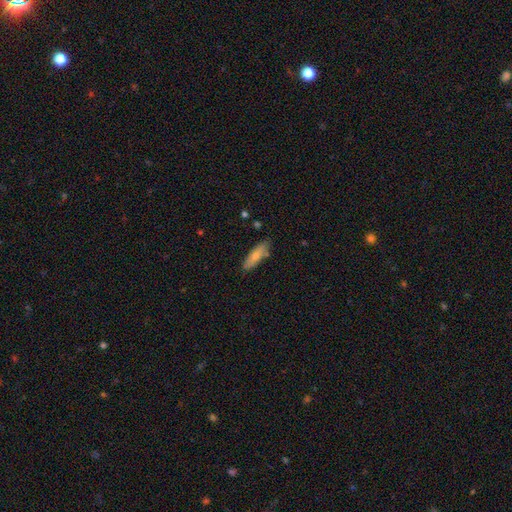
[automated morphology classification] smooth_or_featured: smooth (p=0.73) [alt: featured or disk p=0.21]
how_rounded: cigar-shaped (p=0.53) [alt: in between p=0.45]
merging: none (p=0.78) [alt: minor disturbance p=0.15]